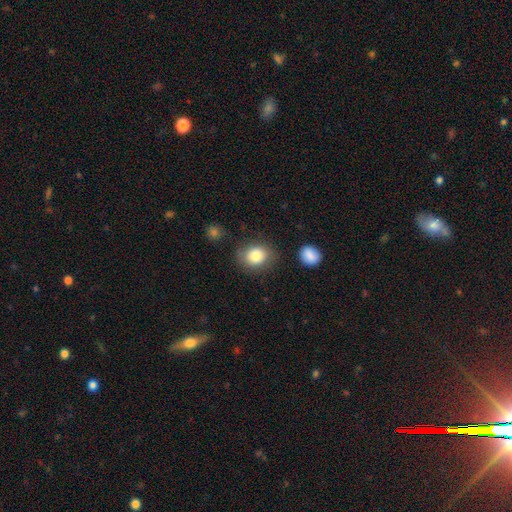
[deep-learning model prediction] This appears to be a smooth galaxy with no disk features (83%) that is round (62%). Merging: none (77%).